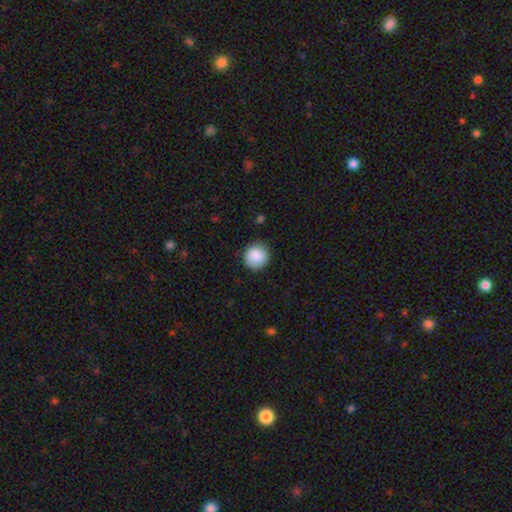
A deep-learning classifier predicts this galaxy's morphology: smooth 88%, star or artifact 8%, featured or disk 4%. Down the decision tree: how rounded — round (92%); merging — none (85%).